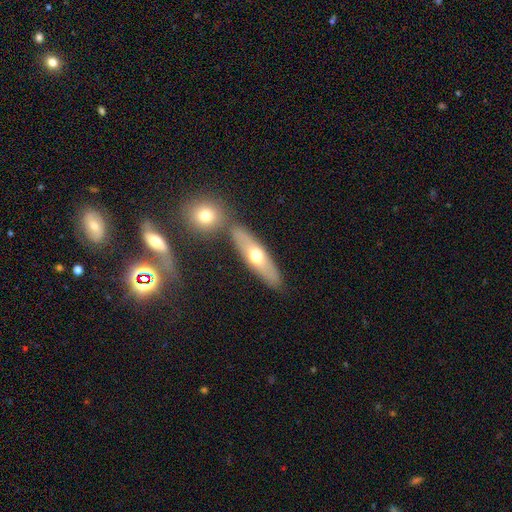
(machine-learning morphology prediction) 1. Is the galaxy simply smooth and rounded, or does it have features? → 55% smooth, 39% featured or disk, 6% star or artifact.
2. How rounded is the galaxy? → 58% cigar-shaped, 39% in between, 3% round.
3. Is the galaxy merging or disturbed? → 72% none, 15% merger, 10% minor disturbance, 3% major disturbance.